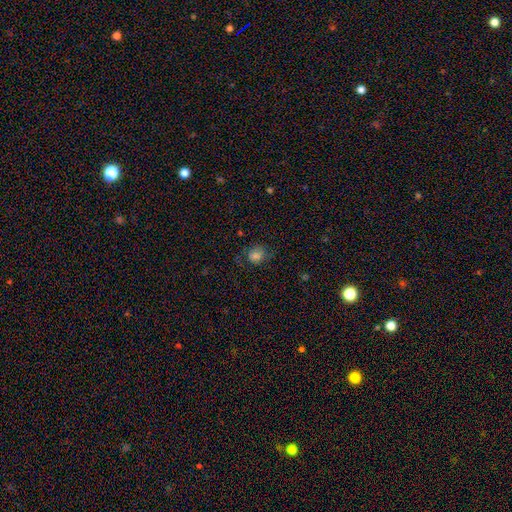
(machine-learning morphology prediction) The model was most divided on "how rounded": round: 66%, in between: 33%, cigar-shaped: 1%. More confident: smooth or featured — smooth (73%); merging — none (66%).